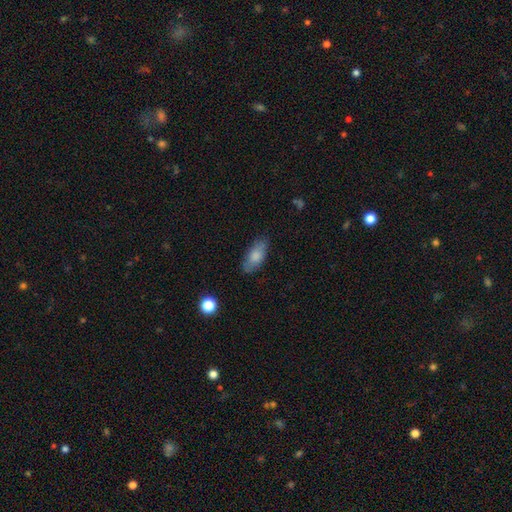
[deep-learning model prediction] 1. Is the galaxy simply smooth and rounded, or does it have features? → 78% smooth, 15% featured or disk, 7% star or artifact.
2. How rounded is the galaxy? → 86% in between, 12% cigar-shaped, 3% round.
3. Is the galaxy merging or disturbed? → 77% none, 17% minor disturbance, 4% major disturbance, 1% merger.